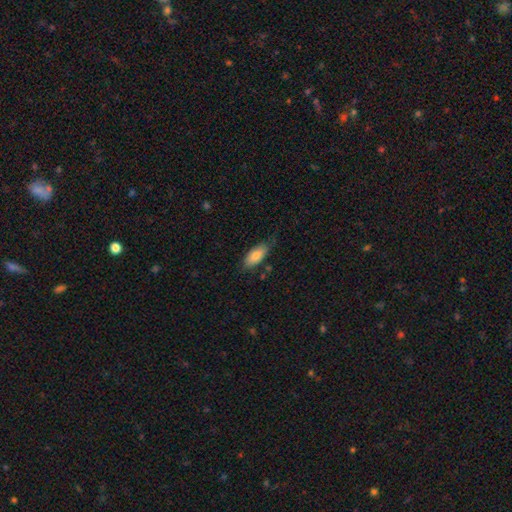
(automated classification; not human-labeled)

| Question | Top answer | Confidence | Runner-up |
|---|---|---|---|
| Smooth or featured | smooth | 81% | featured or disk (13%) |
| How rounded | in between | 86% | cigar-shaped (12%) |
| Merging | none | 66% | minor disturbance (26%) |